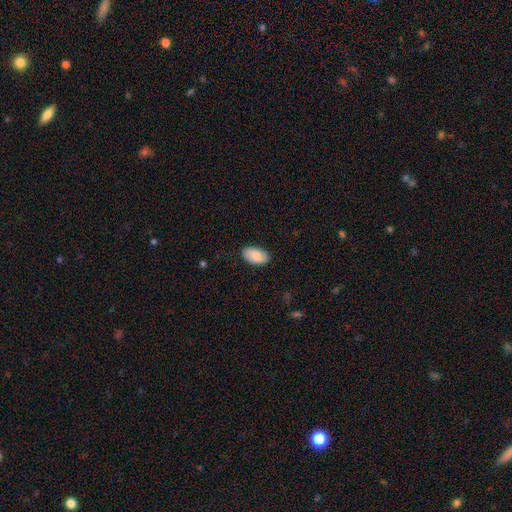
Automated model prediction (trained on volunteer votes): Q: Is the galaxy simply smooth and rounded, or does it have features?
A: smooth — 86%.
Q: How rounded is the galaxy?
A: in between — 95%.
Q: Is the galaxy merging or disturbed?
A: none — 86%.